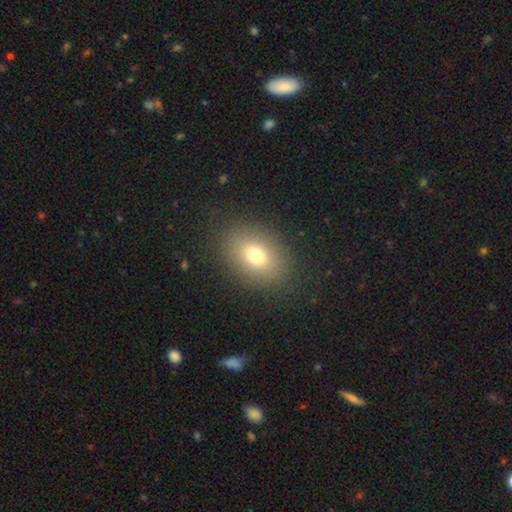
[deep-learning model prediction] Smooth or featured?
  - smooth: 73% *
  - star or artifact: 14%
  - featured or disk: 13%
How rounded?
  - in between: 68% *
  - round: 30%
  - cigar-shaped: 1%
Merging?
  - none: 85% *
  - minor disturbance: 9%
  - major disturbance: 5%
  - merger: 1%